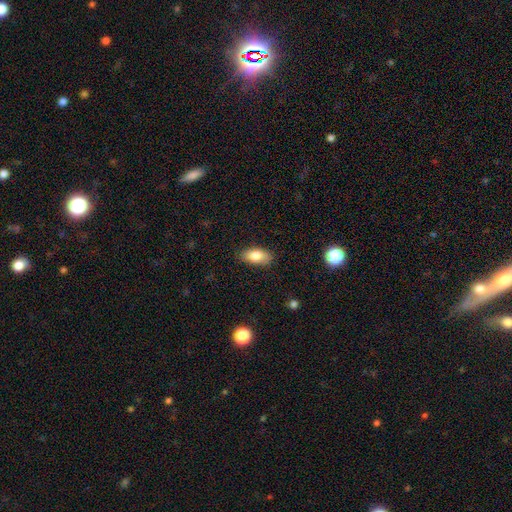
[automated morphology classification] This is clearly a smooth galaxy (81%). How rounded: clearly in between (89%). Merging: clearly none (85%).